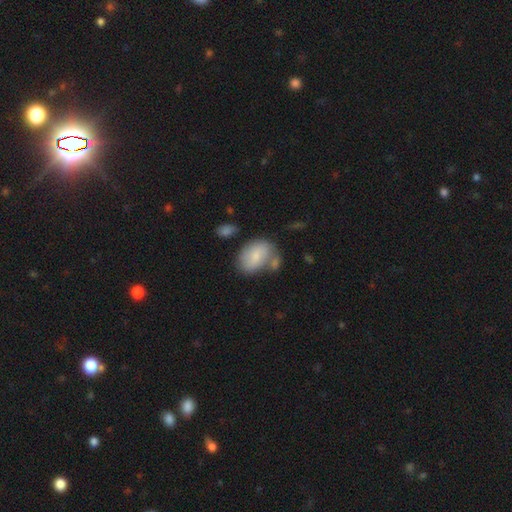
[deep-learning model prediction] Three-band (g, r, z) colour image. It shows a smooth galaxy with no disk features (73%) that is in between round and cigar-shaped (80%). Merging: none (47%).